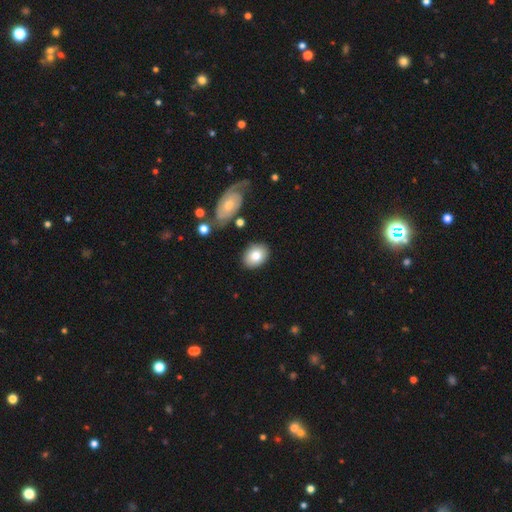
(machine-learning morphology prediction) A smooth galaxy with no disk features (80%) that is in between round and cigar-shaped (69%).

Vote fractions:
- Smooth or featured? smooth: 80% / featured or disk: 13% / star or artifact: 7%
- How rounded? in between: 69% / round: 30% / cigar-shaped: 1%
- Merging? none: 82% / minor disturbance: 12% / merger: 4% / major disturbance: 3%